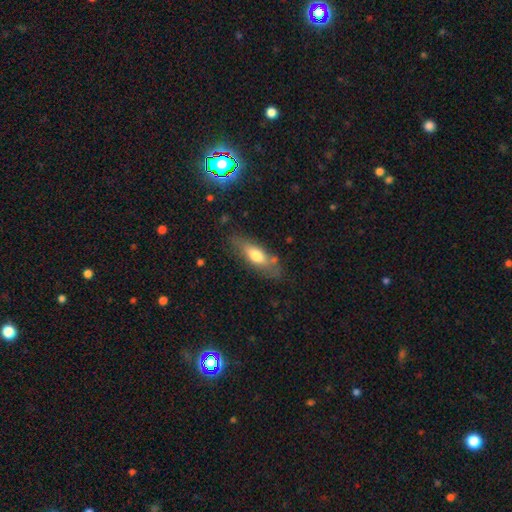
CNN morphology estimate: smooth 63%, featured or disk 31%, star or artifact 6%. Down the decision tree: how rounded — in between (61%); merging — none (68%).